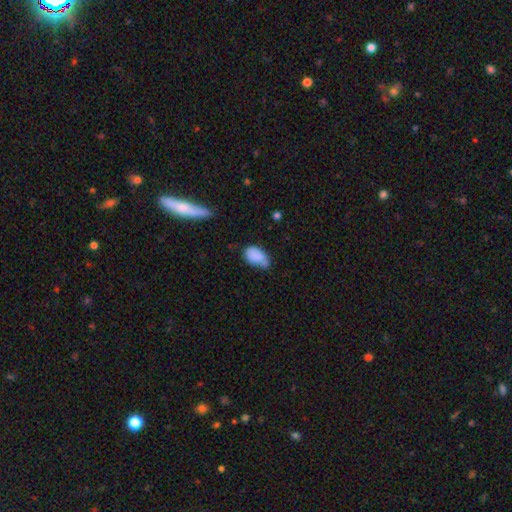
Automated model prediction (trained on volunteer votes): Overall: smooth (79%). How rounded: in between (85%). Merging: minor disturbance (34%; none 32%).